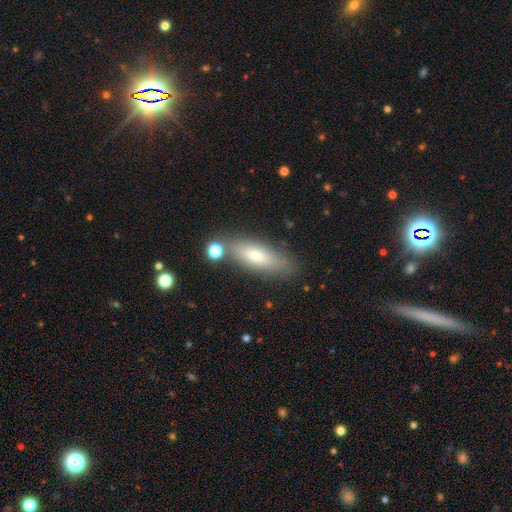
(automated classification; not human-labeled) Smooth or featured? Predicted: smooth (p=0.69). How rounded? Predicted: in between (p=0.53). Merging? Predicted: none (p=0.76).